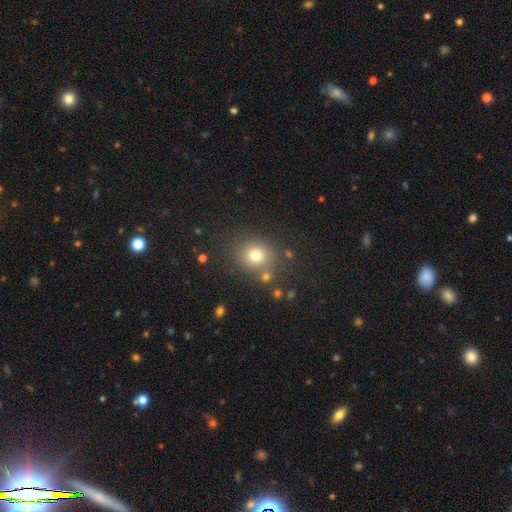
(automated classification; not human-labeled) Smooth or featured? smooth (75%)
How rounded? round (79%)
Merging? none (78%)